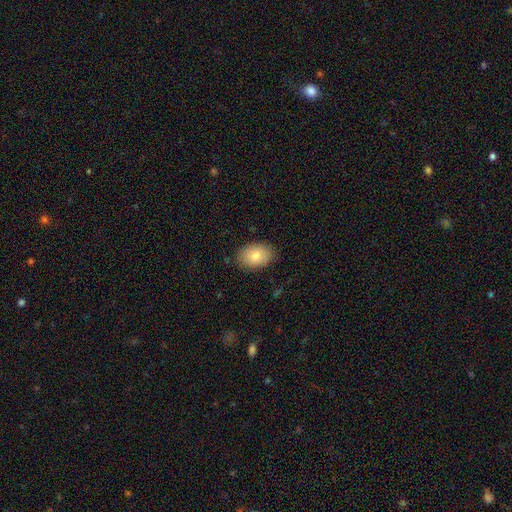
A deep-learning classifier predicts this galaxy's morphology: A smooth galaxy with no disk features (82%) that is in between round and cigar-shaped (82%).

Vote fractions:
- Smooth or featured? smooth: 82% / featured or disk: 11% / star or artifact: 7%
- How rounded? in between: 82% / round: 17% / cigar-shaped: 1%
- Merging? none: 85% / minor disturbance: 11% / major disturbance: 3% / merger: 1%